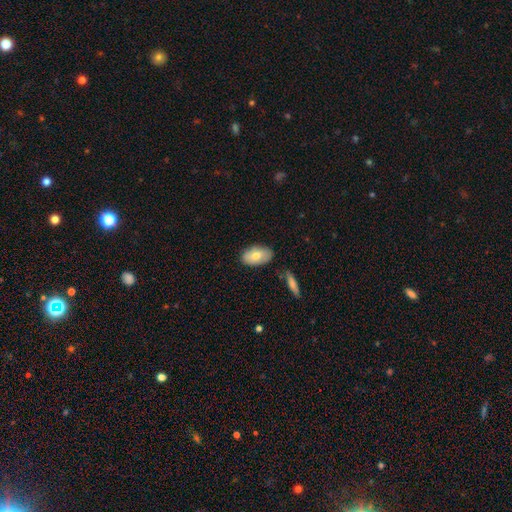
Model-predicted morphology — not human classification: A smooth galaxy with no disk features (70%) that is in between round and cigar-shaped (93%). Merging: none (79%).